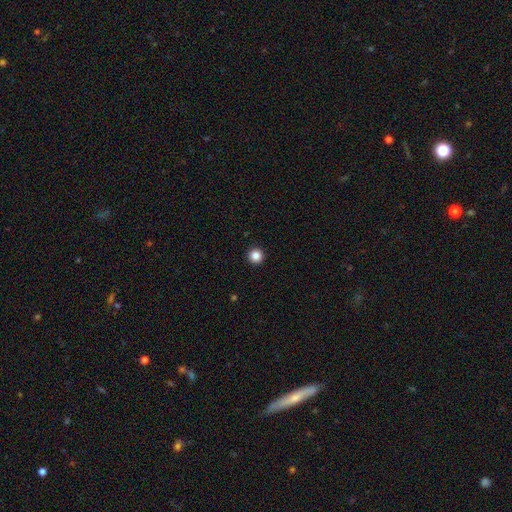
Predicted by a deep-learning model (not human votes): smooth 86%, star or artifact 11%, featured or disk 3%. Down the decision tree: how rounded — round (97%); merging — none (94%).